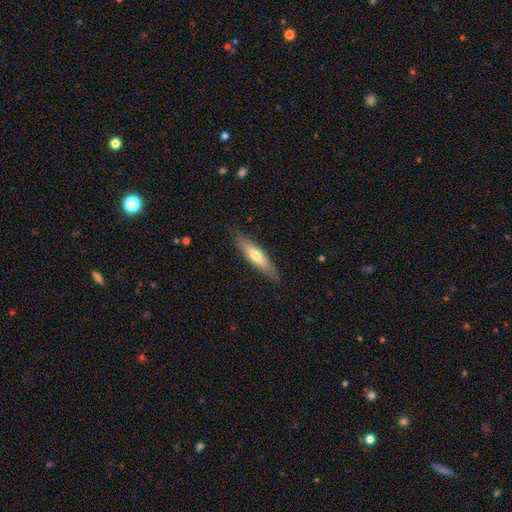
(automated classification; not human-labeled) Overall: smooth (57%; featured or disk 37%). How rounded: cigar-shaped (75%). Merging: none (86%).